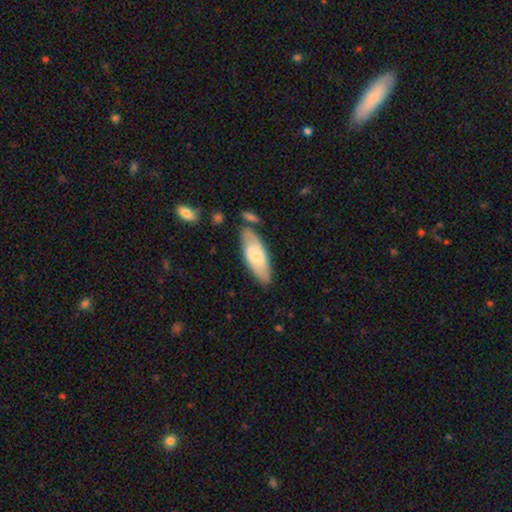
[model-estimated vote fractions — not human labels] Smooth or featured? Predicted: smooth (p=0.63). How rounded? Predicted: in between (p=0.68). Merging? Predicted: none (p=0.73).